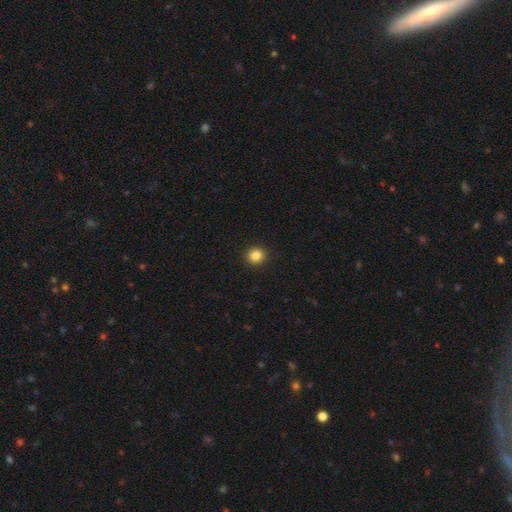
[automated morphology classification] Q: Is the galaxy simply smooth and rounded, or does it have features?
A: smooth — 85%.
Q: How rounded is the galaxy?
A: round — 89%.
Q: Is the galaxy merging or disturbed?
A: none — 92%.